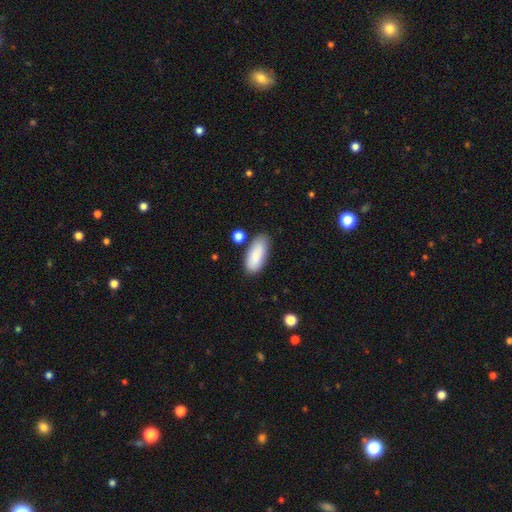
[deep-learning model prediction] This is clearly a smooth galaxy (86%). How rounded: clearly in between (83%). Merging: likely none (73%).